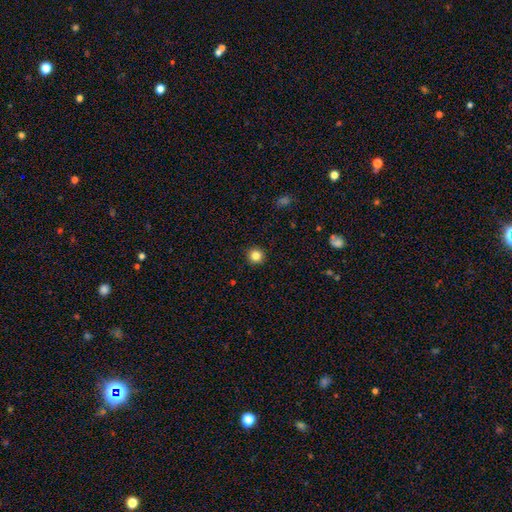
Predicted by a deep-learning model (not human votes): A smooth galaxy with no disk features (84%) that is round (95%). Merging: none (93%).